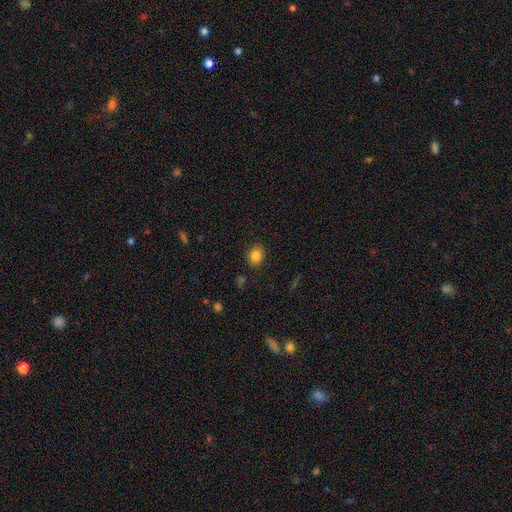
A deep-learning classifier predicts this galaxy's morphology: A smooth galaxy with no disk features (83%) that is round (62%).

Vote fractions:
- Smooth or featured? smooth: 83% / star or artifact: 11% / featured or disk: 6%
- How rounded? round: 62% / in between: 37% / cigar-shaped: 1%
- Merging? none: 88% / minor disturbance: 8% / major disturbance: 2% / merger: 1%